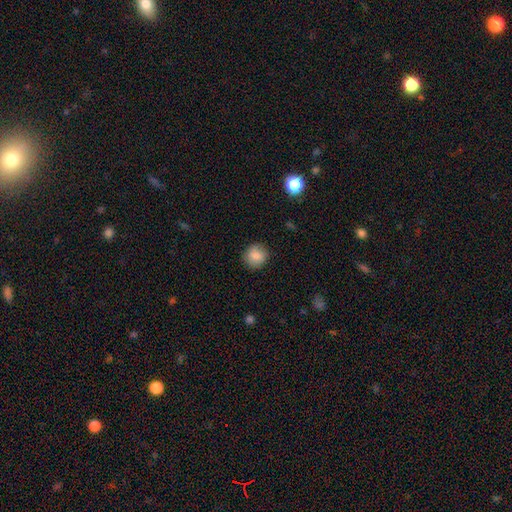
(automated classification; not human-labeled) smooth-or-featured: smooth: 85% | star or artifact: 9% | featured or disk: 6%
  how-rounded: round: 89% | in between: 10% | cigar-shaped: 1%
  merging: none: 89% | minor disturbance: 8% | major disturbance: 2% | merger: 1%